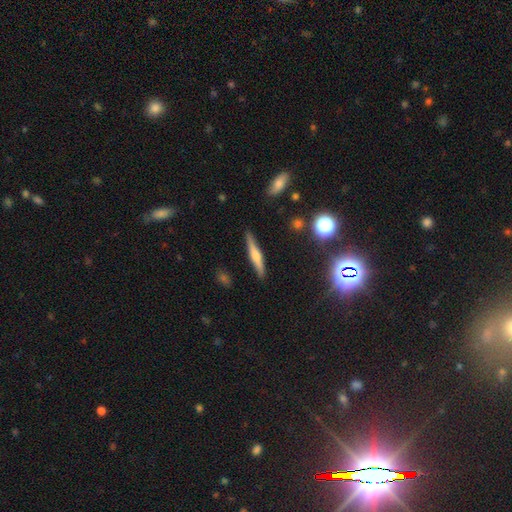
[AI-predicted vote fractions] This is possibly a featured or disk galaxy (51%). It is clearly viewed edge-on (95%). Merging: clearly none (87%).